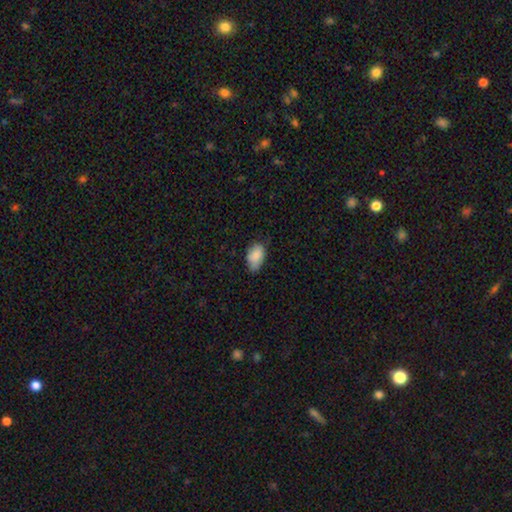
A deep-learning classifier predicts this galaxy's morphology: Q: Smooth or featured?
A: smooth (86%); runner-up: star or artifact (7%)
Q: How rounded?
A: in between (92%); runner-up: round (6%)
Q: Merging?
A: none (63%); runner-up: minor disturbance (31%)